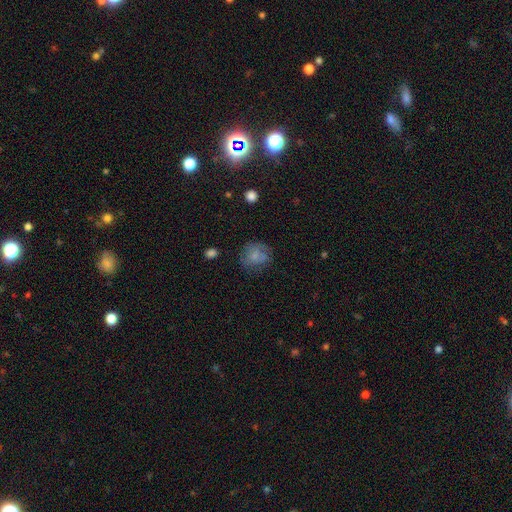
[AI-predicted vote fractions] The model was most divided on "merging": none: 59%, minor disturbance: 23%, major disturbance: 14%, merger: 3%. More confident: how rounded — round (70%); smooth or featured — smooth (67%).